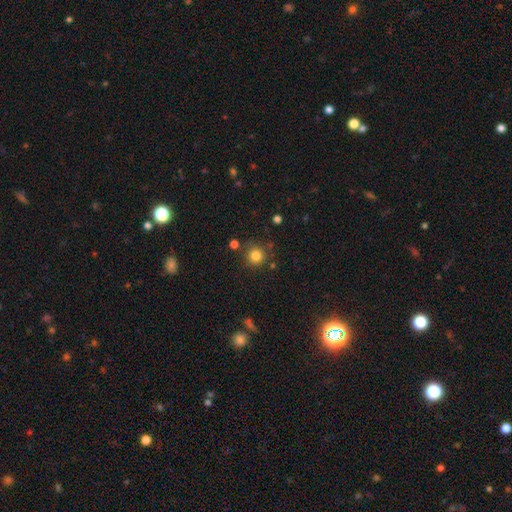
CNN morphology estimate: A smooth galaxy with no disk features (82%) that is round (93%). Merging: none (81%).